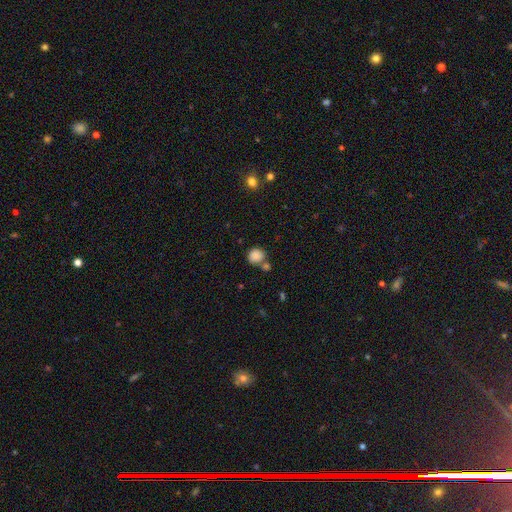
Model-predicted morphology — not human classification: Q: Smooth or featured?
A: smooth (86%); runner-up: star or artifact (9%)
Q: How rounded?
A: round (86%); runner-up: in between (13%)
Q: Merging?
A: none (60%); runner-up: merger (24%)